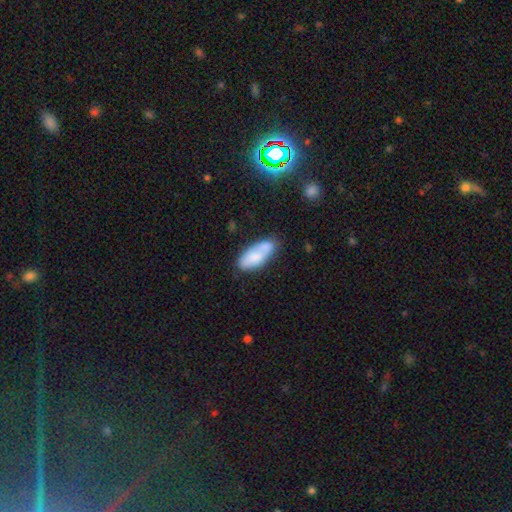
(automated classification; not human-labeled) This appears to be a smooth galaxy with no disk features (73%) that is in between round and cigar-shaped (81%). Merging: none (57%).